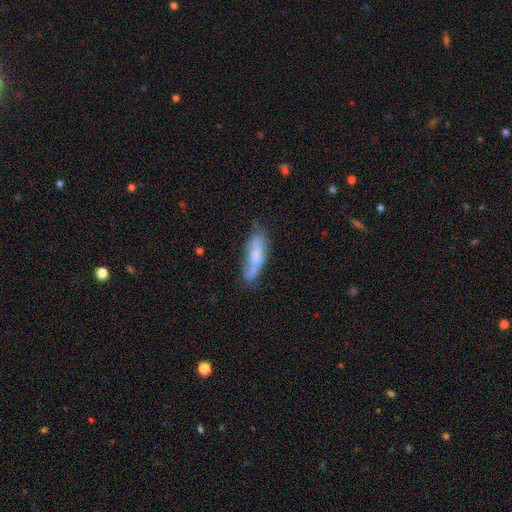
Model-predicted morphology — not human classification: type=smooth (60%); roundness=cigar-shaped (51%); merging=none (53%).